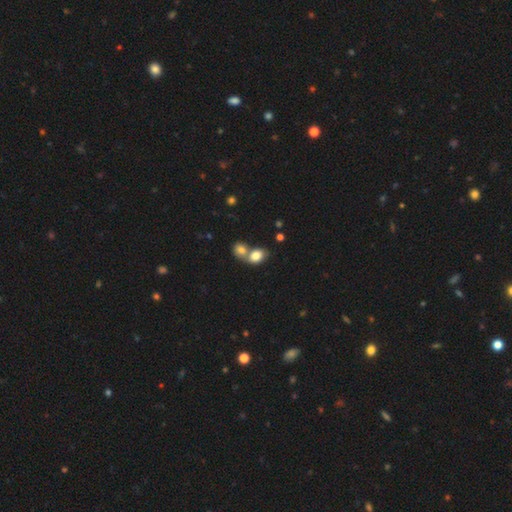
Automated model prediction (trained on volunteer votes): Morphology: type=smooth (81%); roundness=in between (68%); merging=merger (63%).